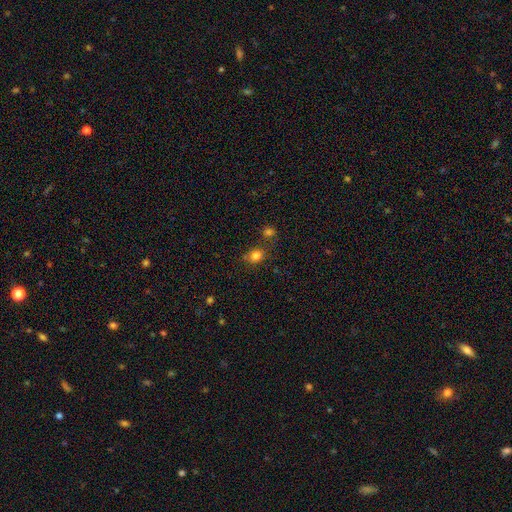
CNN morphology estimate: smooth-or-featured: smooth: 81% | star or artifact: 13% | featured or disk: 6%
  how-rounded: round: 65% | in between: 34% | cigar-shaped: 1%
  merging: none: 69% | minor disturbance: 15% | merger: 12% | major disturbance: 5%